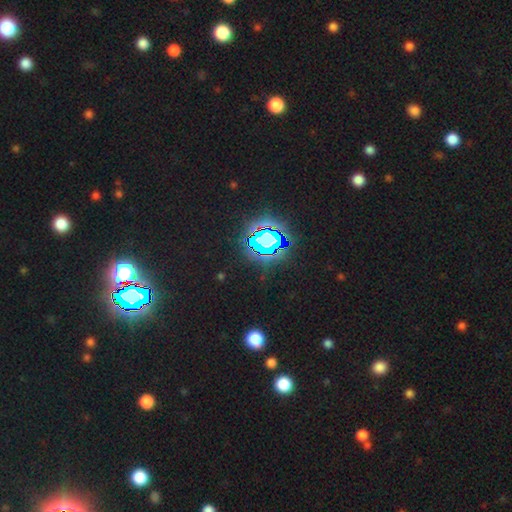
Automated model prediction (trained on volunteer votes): Smooth or featured: star or artifact — 83% (smooth — 11%)